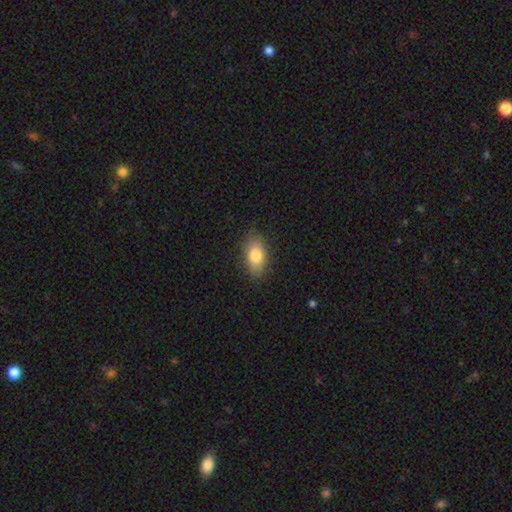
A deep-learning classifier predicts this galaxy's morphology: This is likely a smooth galaxy (80%). How rounded: clearly in between (88%). Merging: clearly none (85%).